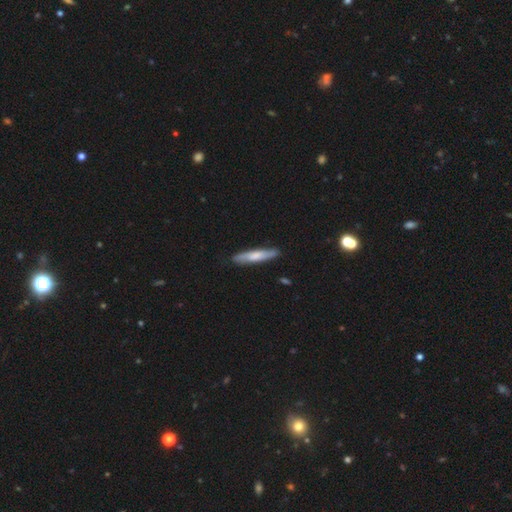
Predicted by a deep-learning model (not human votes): This is likely a smooth galaxy (60%). How rounded: clearly cigar-shaped (89%). Merging: clearly none (87%).